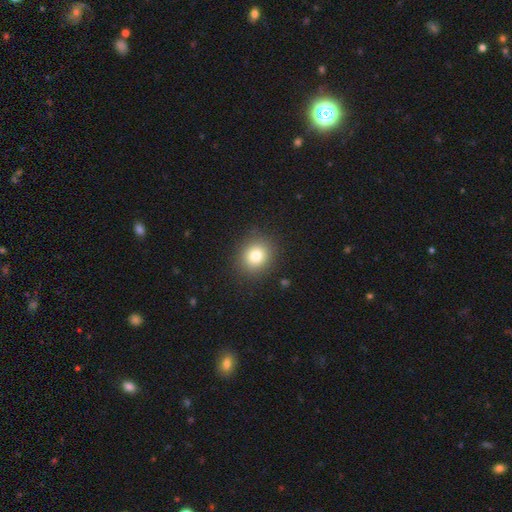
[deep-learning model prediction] This appears to be a smooth galaxy with no disk features (80%) that is round (77%). Merging: none (88%).